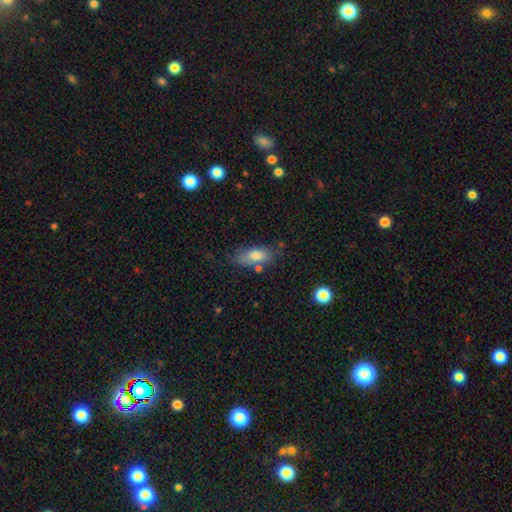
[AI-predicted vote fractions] Smooth or featured? Predicted: smooth (p=0.76). How rounded? Predicted: in between (p=0.83). Merging? Predicted: none (p=0.68).